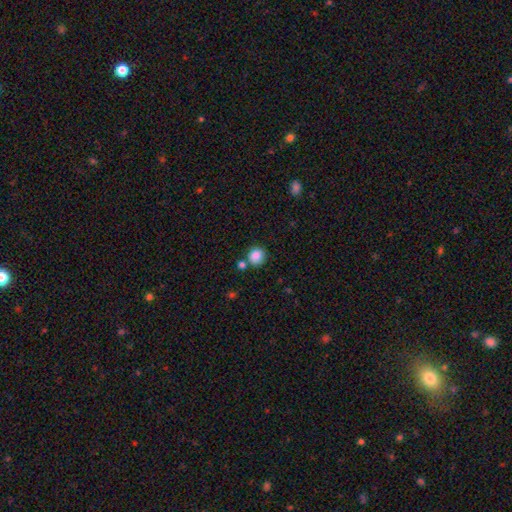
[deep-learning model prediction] smooth_or_featured: smooth (p=0.86) [alt: star or artifact p=0.10]
how_rounded: round (p=0.90) [alt: in between p=0.09]
merging: none (p=0.73) [alt: merger p=0.12]